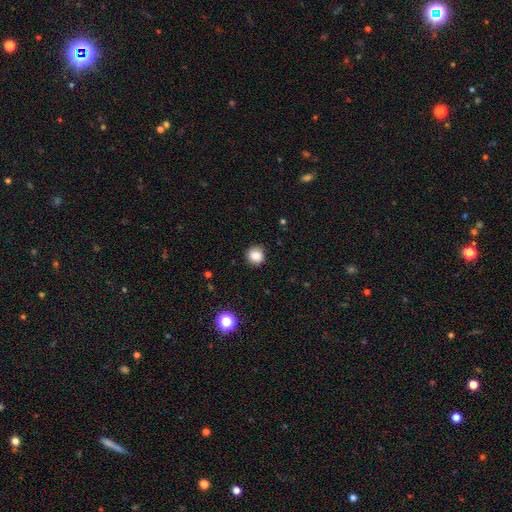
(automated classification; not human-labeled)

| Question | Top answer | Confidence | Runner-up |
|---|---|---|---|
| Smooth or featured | smooth | 84% | star or artifact (11%) |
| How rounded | round | 92% | in between (7%) |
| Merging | none | 89% | minor disturbance (8%) |